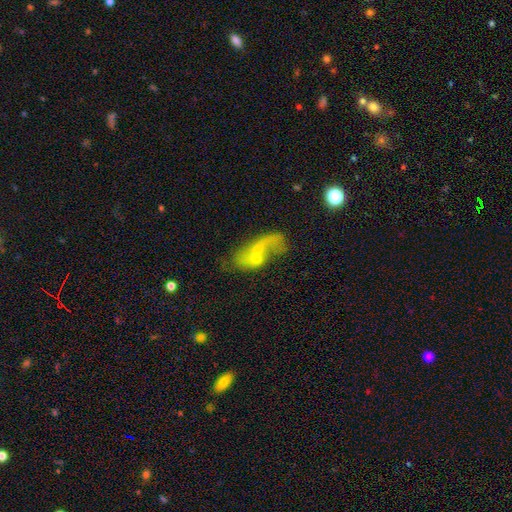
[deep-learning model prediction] Smooth or featured?
  - featured or disk: 57% *
  - smooth: 34%
  - star or artifact: 9%
Edge-on disk?
  - no: 95% *
  - yes: 5%
Bar?
  - no: 72% *
  - weak: 22%
  - strong: 5%
Spiral arms?
  - yes: 53% *
  - no: 47%
Bulge size?
  - small: 38% *
  - moderate: 36%
  - none: 19%
  - large: 5%
  - dominant: 2%
Merging?
  - merger: 46% *
  - major disturbance: 23%
  - none: 19%
  - minor disturbance: 11%